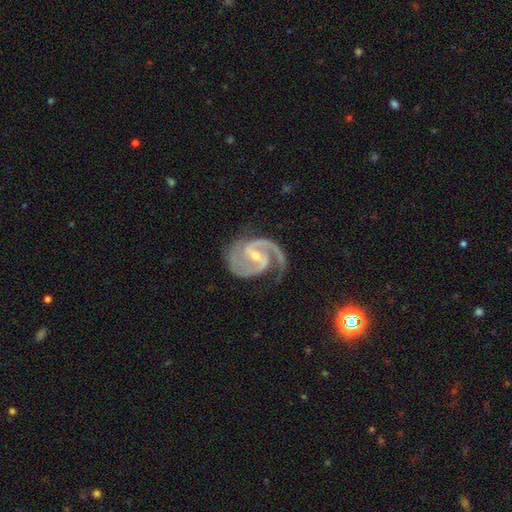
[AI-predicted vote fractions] This is clearly a featured or disk galaxy (94%). It is clearly not viewed edge-on (98%). Bar: marginally weak (45%). Spiral arm pattern: clearly yes (99%). Spiral arm count: clearly 2 (89%). Spiral winding: possibly medium (59%). Central bulge: likely small (62%). Merging: likely none (69%).